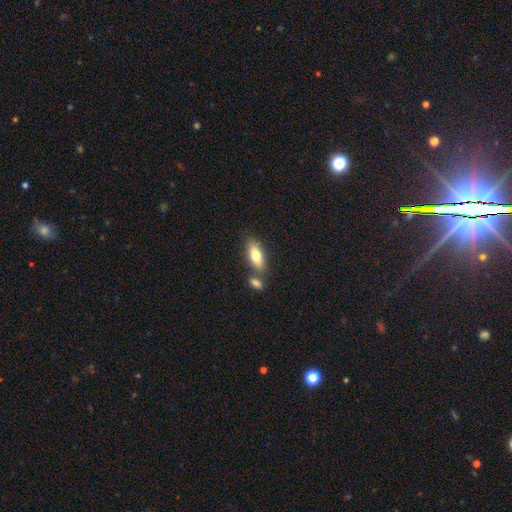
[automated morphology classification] A smooth galaxy with no disk features (75%) that is in between round and cigar-shaped (75%). Merging: none (63%).